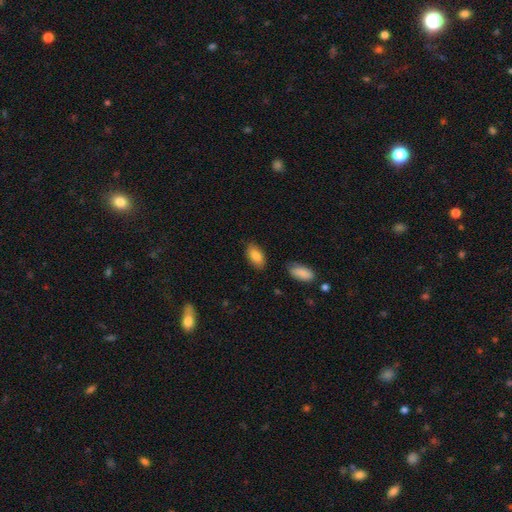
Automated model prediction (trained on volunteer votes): This is clearly a smooth galaxy (85%). How rounded: clearly in between (93%). Merging: clearly none (84%).